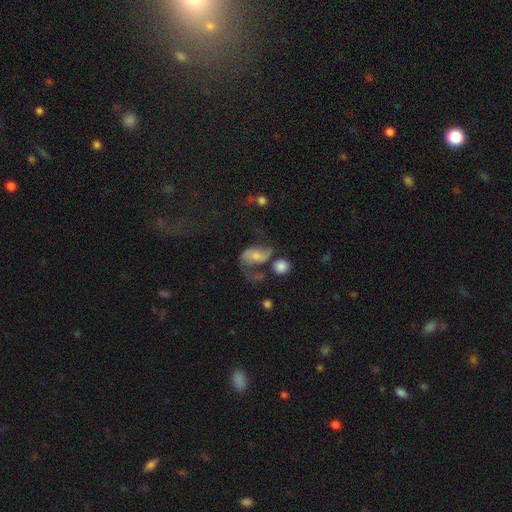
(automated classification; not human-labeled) This appears to be a featured or disk galaxy (66%) with no bar (50%), 2 (87%) loose (70%) spiral arms (88%) and a small central bulge (43%). Merging: none (37%).